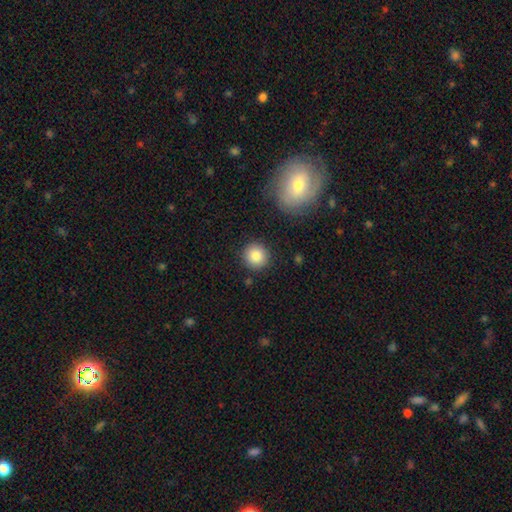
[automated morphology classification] smooth-or-featured: smooth: 85% | star or artifact: 9% | featured or disk: 6%
  how-rounded: round: 93% | in between: 6% | cigar-shaped: 1%
  merging: none: 88% | minor disturbance: 7% | major disturbance: 2% | merger: 2%